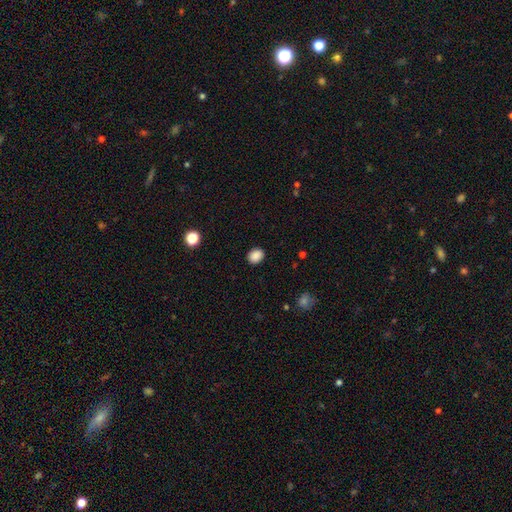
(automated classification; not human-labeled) smooth-or-featured: smooth: 88% | star or artifact: 9% | featured or disk: 3%
  how-rounded: round: 52% | in between: 47% | cigar-shaped: 1%
  merging: none: 89% | minor disturbance: 7% | major disturbance: 2% | merger: 1%